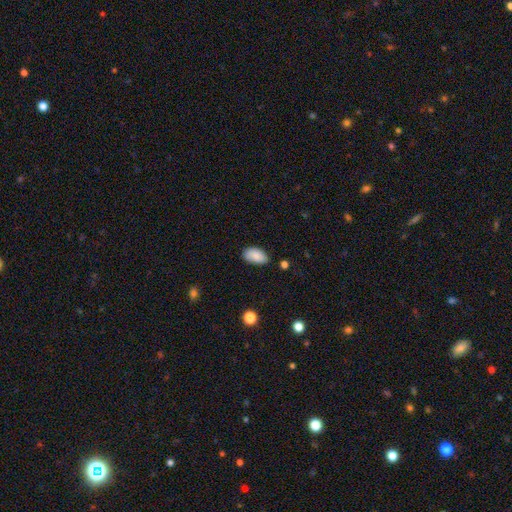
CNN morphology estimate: Smooth or featured: smooth — 85% (featured or disk — 8%)
How rounded: in between — 94% (round — 4%)
Merging: none — 75% (minor disturbance — 20%)